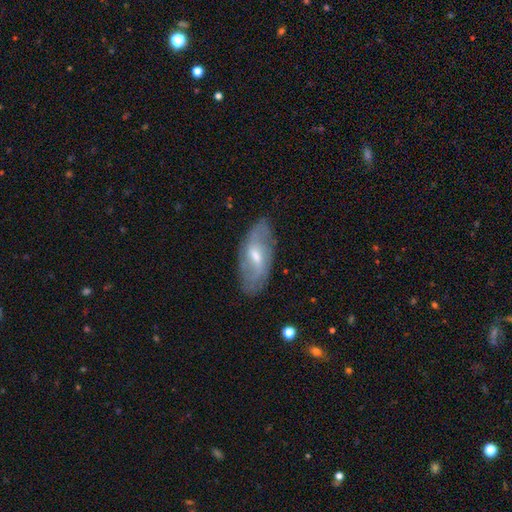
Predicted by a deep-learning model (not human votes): The model was most divided on "bulge size": moderate: 53%, small: 38%, large: 4%, none: 4%, dominant: 1%. More confident: edge-on disk — no (87%); merging — none (76%); spiral arms — yes (75%); smooth or featured — featured or disk (62%); bar — weak (58%).